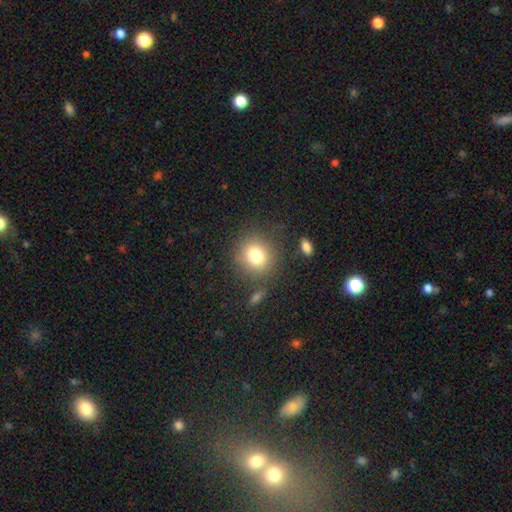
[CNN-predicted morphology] The model was most divided on "smooth or featured": smooth: 78%, star or artifact: 12%, featured or disk: 10%. More confident: how rounded — round (87%); merging — none (82%).